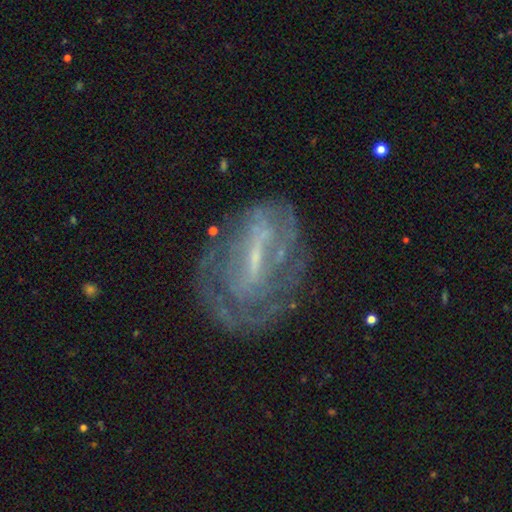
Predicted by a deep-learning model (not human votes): A featured or disk galaxy (74%) with a strong bar (46%), spiral arms (68%) and a small central bulge (58%).

Vote fractions:
- Smooth or featured? featured or disk: 74% / smooth: 15% / star or artifact: 10%
- Edge-on disk? no: 91% / yes: 9%
- Bar? strong: 46% / weak: 38% / no: 16%
- Spiral arms? yes: 68% / no: 32%
- Bulge size? small: 58% / moderate: 20% / none: 19% / large: 2% / dominant: 1%
- Merging? none: 63% / minor disturbance: 20% / major disturbance: 15% / merger: 2%